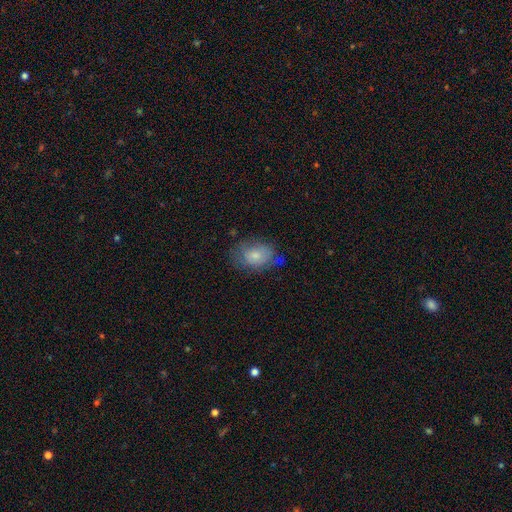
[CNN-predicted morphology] smooth-or-featured: smooth: 68% | featured or disk: 24% | star or artifact: 8%
  how-rounded: in between: 78% | round: 21% | cigar-shaped: 1%
  merging: none: 54% | minor disturbance: 30% | major disturbance: 14% | merger: 2%